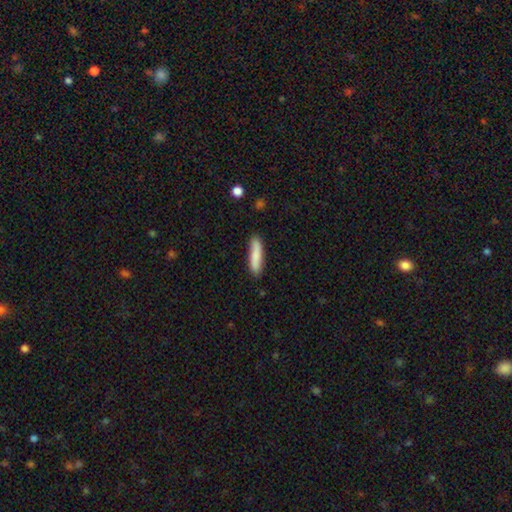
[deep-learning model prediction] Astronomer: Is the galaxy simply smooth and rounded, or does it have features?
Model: smooth — 82%.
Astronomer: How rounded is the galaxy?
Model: cigar-shaped — 76%.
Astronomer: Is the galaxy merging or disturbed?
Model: none — 84%.